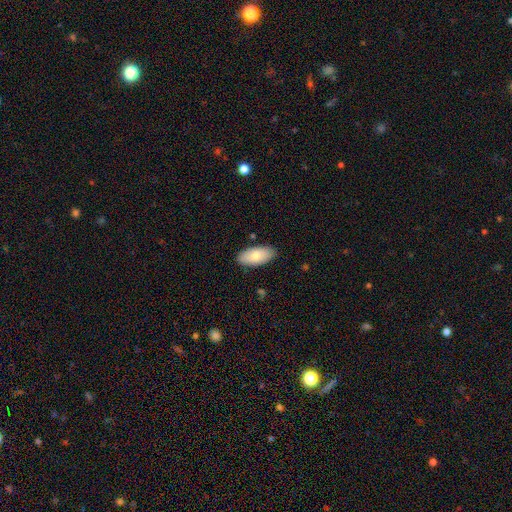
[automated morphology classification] type=smooth (77%); roundness=in between (92%); merging=none (87%).